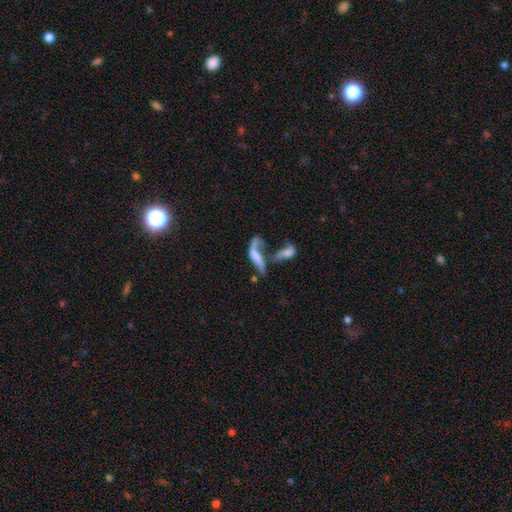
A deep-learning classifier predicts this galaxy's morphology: The model was most divided on "smooth or featured": featured or disk: 46%, smooth: 43%, star or artifact: 11%. More confident: merging — merger (62%).